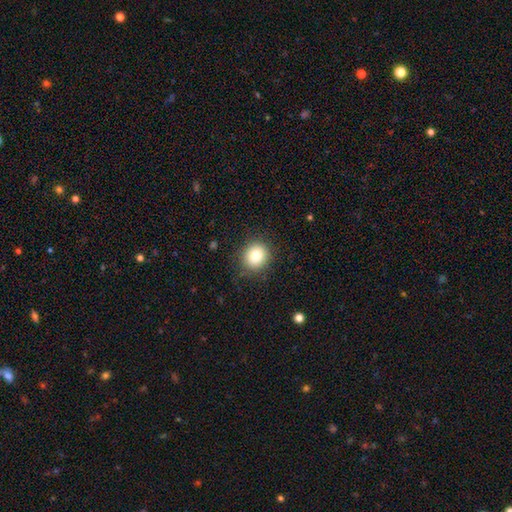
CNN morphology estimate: Smooth or featured? Predicted: smooth (p=0.80). How rounded? Predicted: round (p=0.85). Merging? Predicted: none (p=0.88).